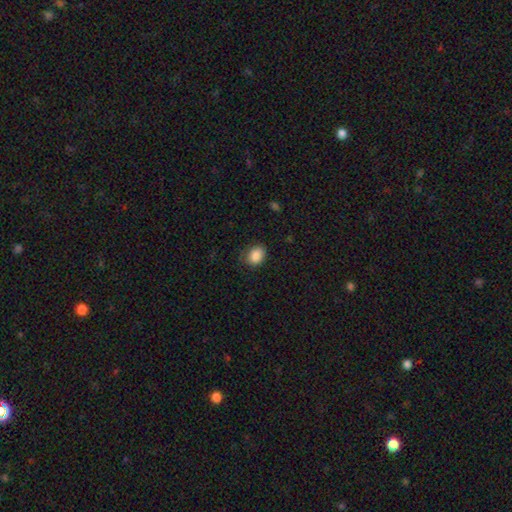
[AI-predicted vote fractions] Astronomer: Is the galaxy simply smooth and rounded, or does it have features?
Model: smooth — 87%.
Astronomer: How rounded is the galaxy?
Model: in between — 65%.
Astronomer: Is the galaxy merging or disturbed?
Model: none — 74%.